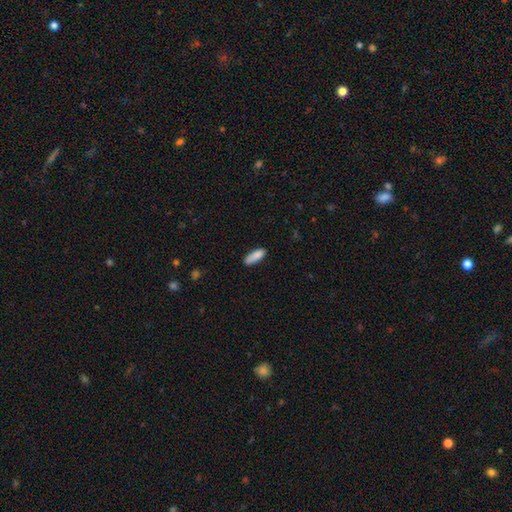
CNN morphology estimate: smooth 86%, star or artifact 7%, featured or disk 7%. Down the decision tree: how rounded — in between (62%); merging — none (73%).